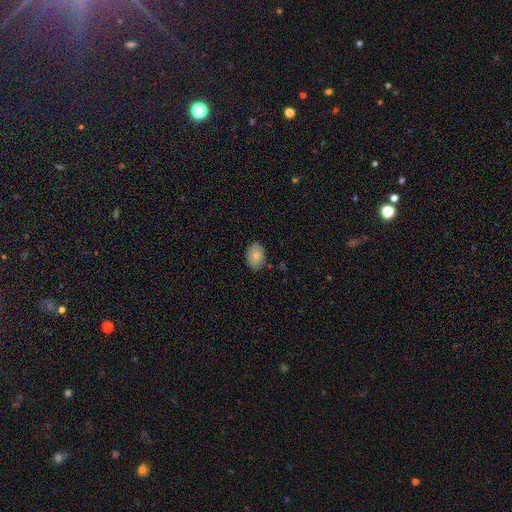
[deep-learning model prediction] A smooth galaxy with no disk features (85%) that is in between round and cigar-shaped (83%). Merging: none (84%).